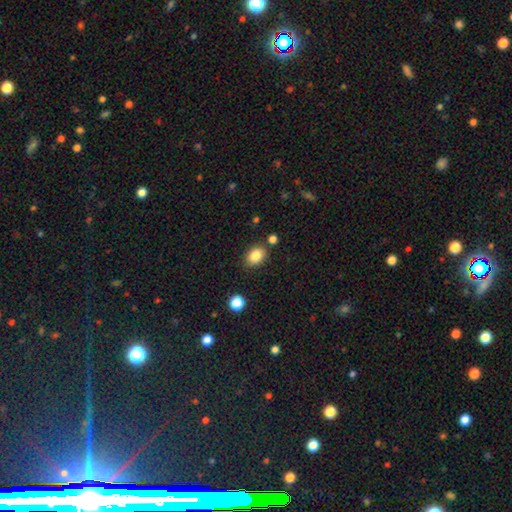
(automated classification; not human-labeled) smooth 85%, star or artifact 9%, featured or disk 6%. Down the decision tree: how rounded — in between (74%); merging — none (82%).